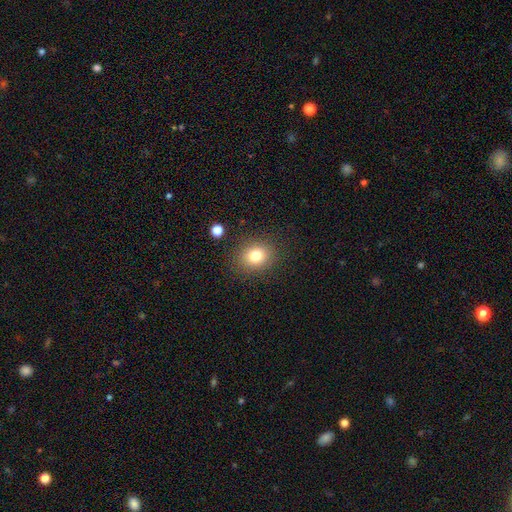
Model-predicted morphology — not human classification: Smooth or featured?
  - smooth: 78% *
  - star or artifact: 13%
  - featured or disk: 9%
How rounded?
  - round: 64% *
  - in between: 36%
  - cigar-shaped: 1%
Merging?
  - none: 86% *
  - minor disturbance: 9%
  - major disturbance: 3%
  - merger: 2%